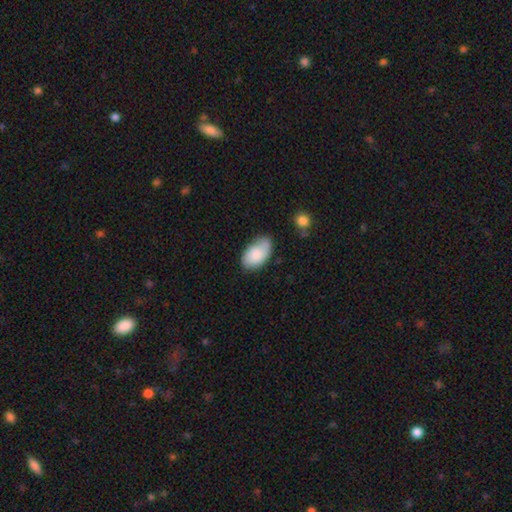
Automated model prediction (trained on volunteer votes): This appears to be a smooth galaxy with no disk features (81%) that is in between round and cigar-shaped (94%). Merging: none (60%).